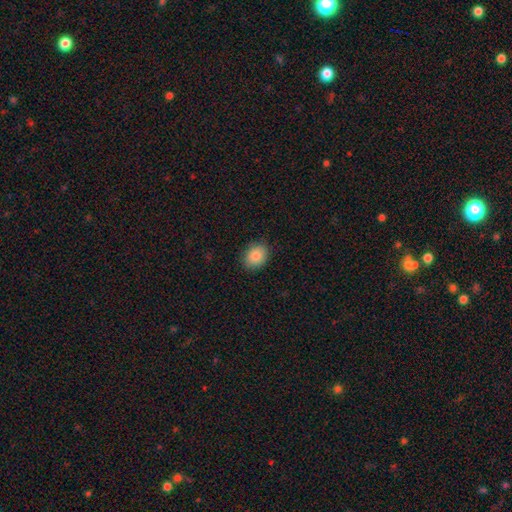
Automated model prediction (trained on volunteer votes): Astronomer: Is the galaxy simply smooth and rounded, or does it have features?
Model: smooth — 86%.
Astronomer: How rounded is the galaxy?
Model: in between — 55% (runner-up: round, 45%).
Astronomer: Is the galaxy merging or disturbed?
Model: none — 87%.